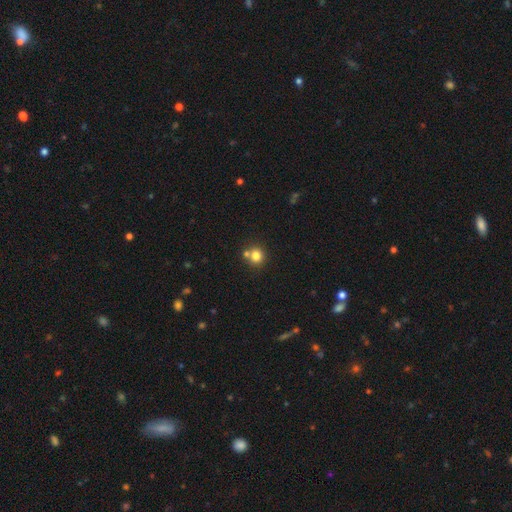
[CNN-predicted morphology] A smooth galaxy with no disk features (80%) that is round (88%).

Vote fractions:
- Smooth or featured? smooth: 80% / star or artifact: 12% / featured or disk: 8%
- How rounded? round: 88% / in between: 11% / cigar-shaped: 1%
- Merging? none: 62% / merger: 28% / minor disturbance: 8% / major disturbance: 3%